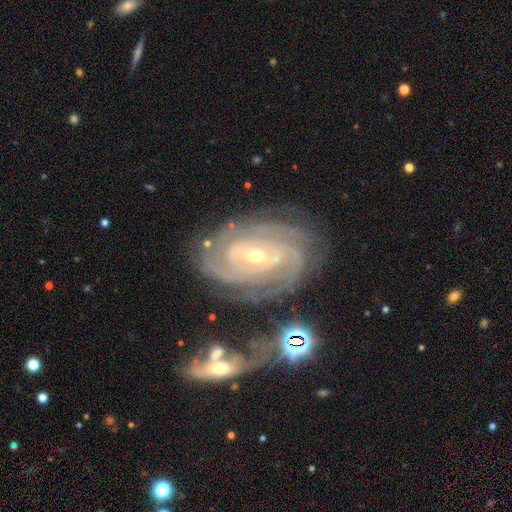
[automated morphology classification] smooth-or-featured: featured or disk: 90% | star or artifact: 6% | smooth: 4%
  disk-edge-on: no: 96% | yes: 4%
    bar: weak: 42% | no: 31% | strong: 27%
    has-spiral-arms: yes: 98% | no: 2%
      spiral-winding: tight: 77% | medium: 19% | loose: 3%
      spiral-arm-count: 4: 25% | 3: 23% | can't tell: 21% | 2: 16% | more than 4: 9% | 1: 6%
    bulge-size: small: 67% | moderate: 30% | large: 1% | none: 1% | dominant: 1%
  merging: none: 72% | minor disturbance: 16% | merger: 6% | major disturbance: 6%